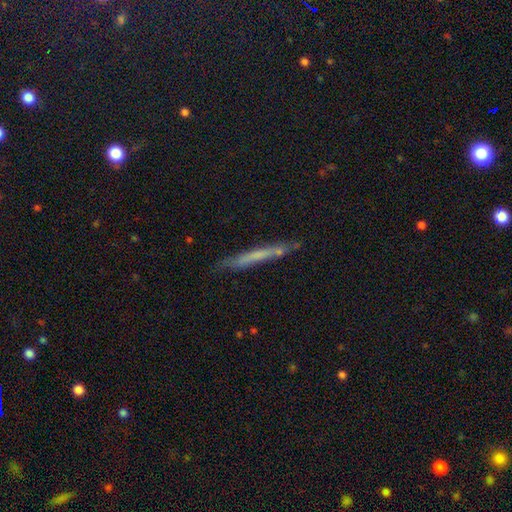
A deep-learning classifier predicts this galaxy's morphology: smooth-or-featured: smooth: 51% | featured or disk: 42% | star or artifact: 7%
  how-rounded: cigar-shaped: 96% | in between: 3% | round: 1%
  merging: none: 74% | minor disturbance: 18% | major disturbance: 4% | merger: 4%